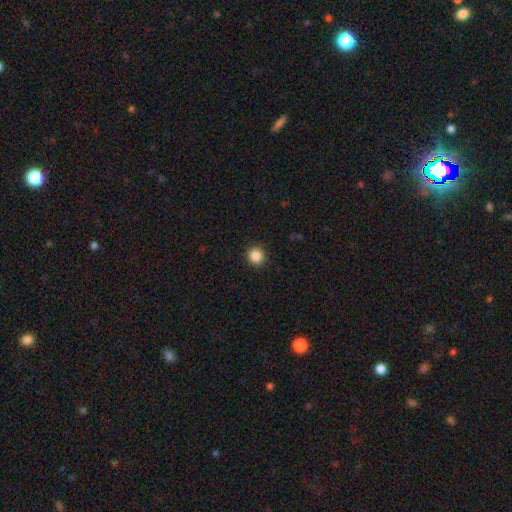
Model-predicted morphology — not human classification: A smooth galaxy with no disk features (87%) that is round (91%).

Vote fractions:
- Smooth or featured? smooth: 87% / star or artifact: 10% / featured or disk: 3%
- How rounded? round: 91% / in between: 8% / cigar-shaped: 1%
- Merging? none: 92% / minor disturbance: 5% / major disturbance: 2% / merger: 1%